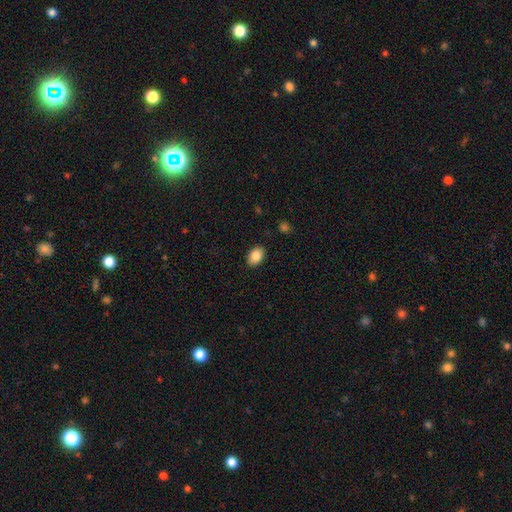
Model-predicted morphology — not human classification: type=smooth (84%); roundness=in between (89%); merging=none (88%).